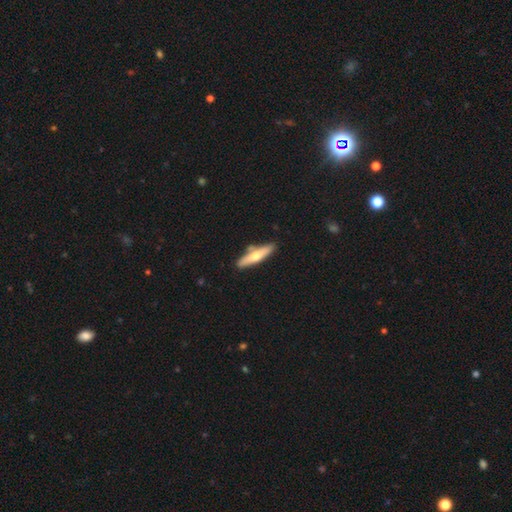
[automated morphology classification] Smooth or featured? smooth (51%)
How rounded? cigar-shaped (80%)
Merging? none (79%)